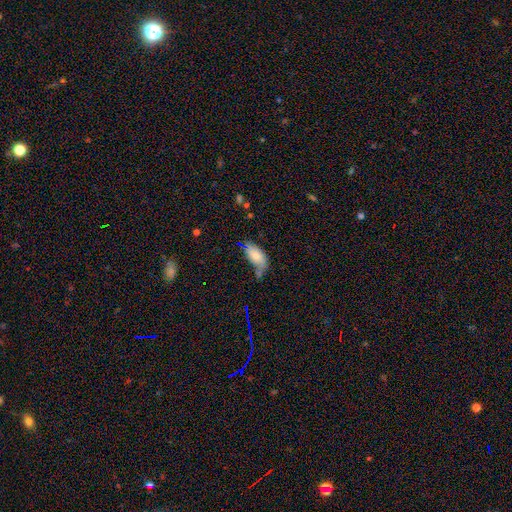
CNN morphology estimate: Smooth or featured?
  - smooth: 74% *
  - featured or disk: 18%
  - star or artifact: 8%
How rounded?
  - in between: 92% *
  - cigar-shaped: 4%
  - round: 4%
Merging?
  - none: 41% *
  - minor disturbance: 31%
  - major disturbance: 14%
  - merger: 14%